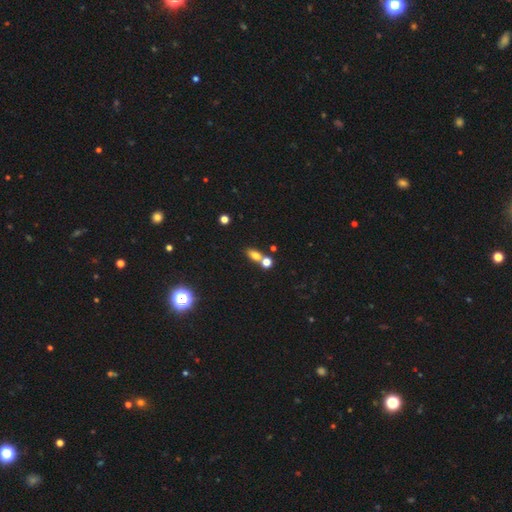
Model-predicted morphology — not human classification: Smooth or featured? Predicted: smooth (p=0.74). How rounded? Predicted: in between (p=0.72). Merging? Predicted: none (p=0.50).